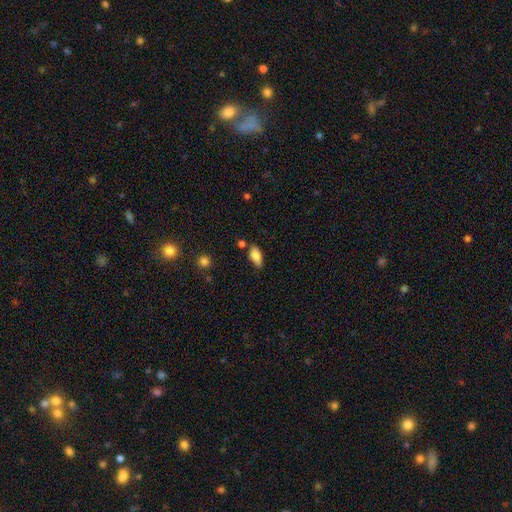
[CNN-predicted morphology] A smooth galaxy with no disk features (79%) that is in between round and cigar-shaped (83%).

Vote fractions:
- Smooth or featured? smooth: 79% / featured or disk: 13% / star or artifact: 8%
- How rounded? in between: 83% / cigar-shaped: 13% / round: 4%
- Merging? none: 60% / minor disturbance: 27% / merger: 7% / major disturbance: 6%